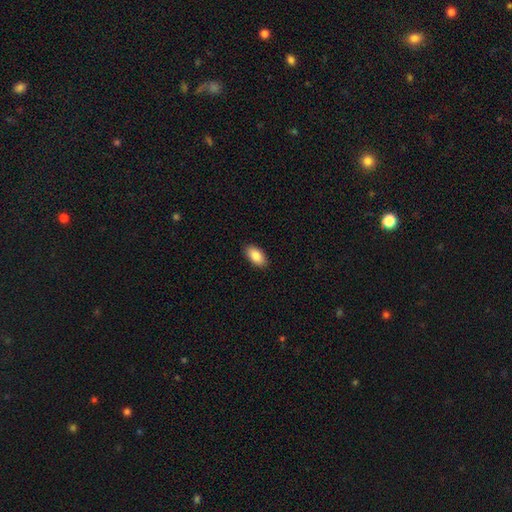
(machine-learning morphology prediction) Smooth or featured? smooth (86%)
How rounded? in between (94%)
Merging? none (90%)